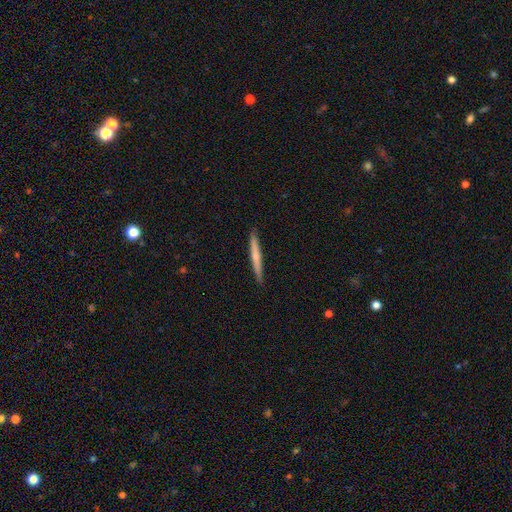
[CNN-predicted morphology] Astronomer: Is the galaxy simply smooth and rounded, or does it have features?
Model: smooth — 54% (runner-up: featured or disk, 41%).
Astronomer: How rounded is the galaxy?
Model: cigar-shaped — 96%.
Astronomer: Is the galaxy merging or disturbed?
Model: none — 91%.